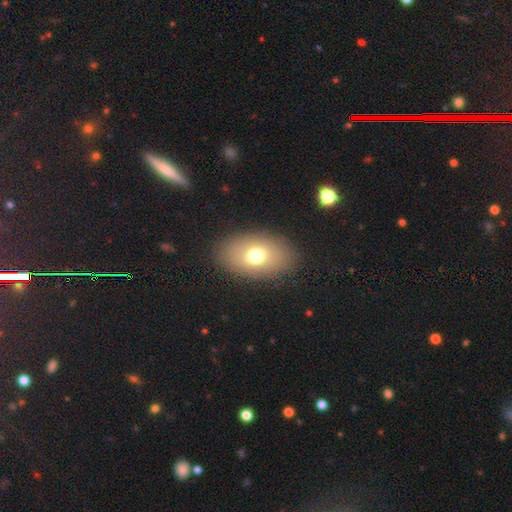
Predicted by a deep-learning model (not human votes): smooth-or-featured: smooth: 70% | featured or disk: 19% | star or artifact: 11%
  how-rounded: in between: 86% | round: 12% | cigar-shaped: 1%
  merging: none: 86% | minor disturbance: 9% | major disturbance: 4% | merger: 1%